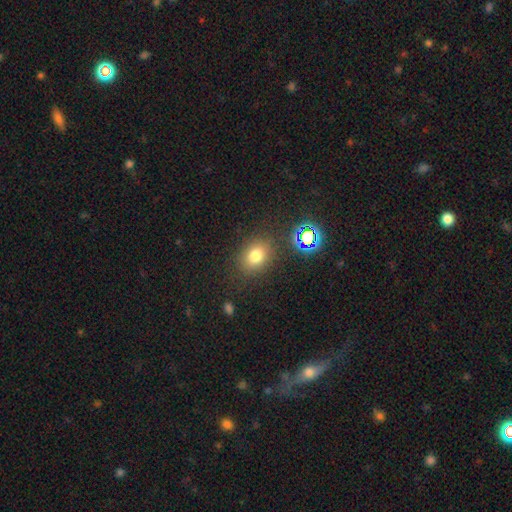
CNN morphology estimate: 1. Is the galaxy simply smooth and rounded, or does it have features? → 75% smooth, 16% star or artifact, 8% featured or disk.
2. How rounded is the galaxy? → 55% in between, 43% round, 1% cigar-shaped.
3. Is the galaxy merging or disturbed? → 82% none, 11% minor disturbance, 4% major disturbance, 3% merger.